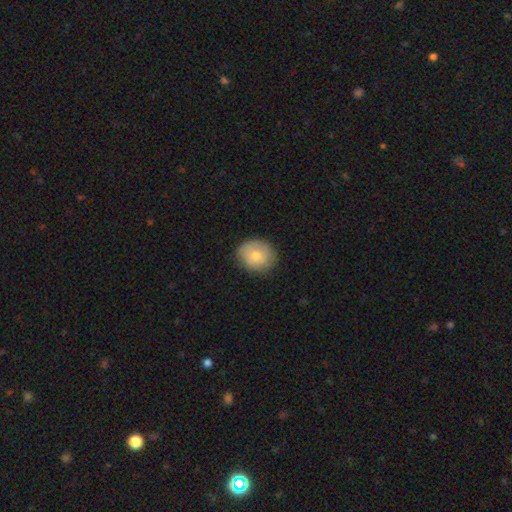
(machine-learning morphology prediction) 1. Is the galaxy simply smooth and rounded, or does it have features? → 75% smooth, 18% featured or disk, 7% star or artifact.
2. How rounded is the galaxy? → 65% round, 34% in between, 1% cigar-shaped.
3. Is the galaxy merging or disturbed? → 81% none, 15% minor disturbance, 3% major disturbance, 1% merger.